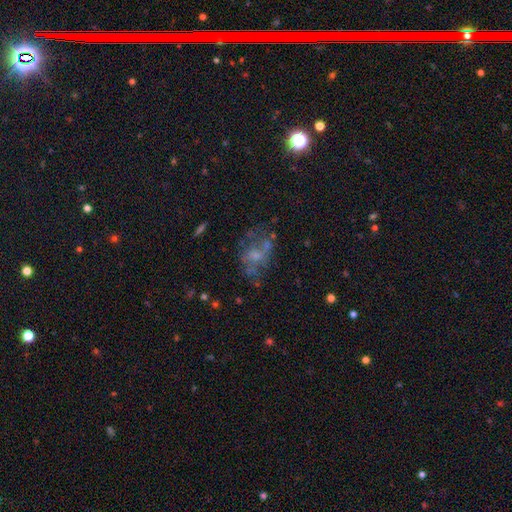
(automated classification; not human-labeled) A featured or disk galaxy (50%). Merging: none (41%).